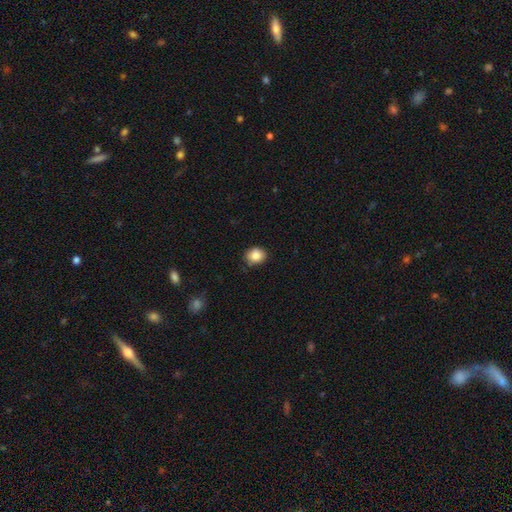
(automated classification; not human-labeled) Q: Smooth or featured?
A: smooth (85%); runner-up: star or artifact (9%)
Q: How rounded?
A: round (62%); runner-up: in between (37%)
Q: Merging?
A: none (81%); runner-up: minor disturbance (15%)